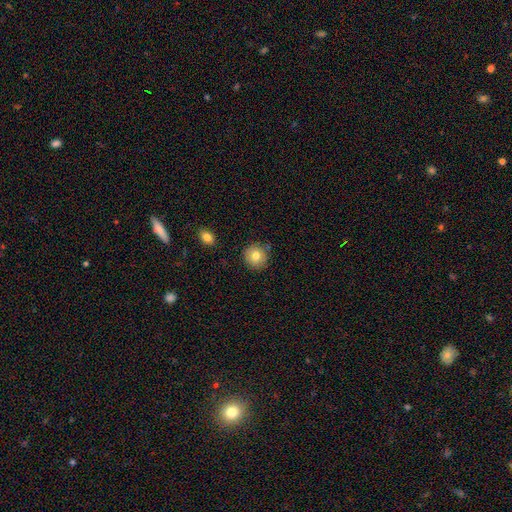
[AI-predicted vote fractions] Smooth or featured? Predicted: smooth (p=0.79). How rounded? Predicted: round (p=0.92). Merging? Predicted: none (p=0.85).